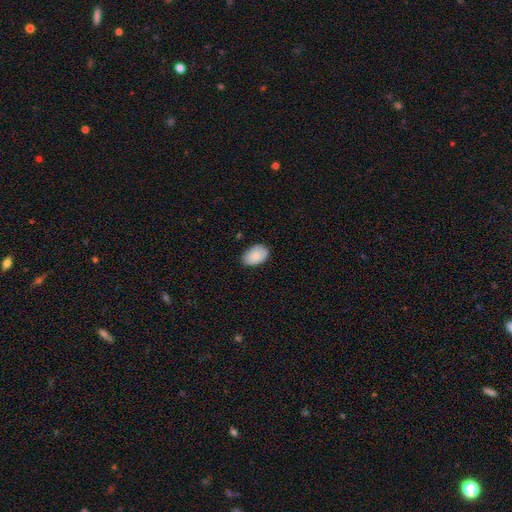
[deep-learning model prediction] smooth_or_featured: smooth (p=0.86) [alt: featured or disk p=0.08]
how_rounded: in between (p=0.90) [alt: round p=0.09]
merging: none (p=0.79) [alt: minor disturbance p=0.18]